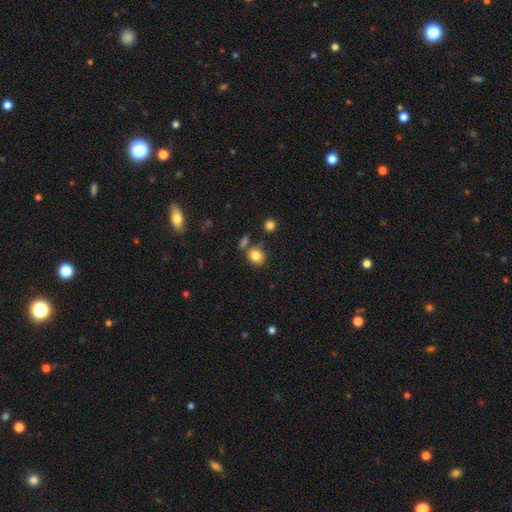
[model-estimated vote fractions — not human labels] smooth 83%, star or artifact 10%, featured or disk 7%. Down the decision tree: how rounded — round (69%); merging — none (71%).